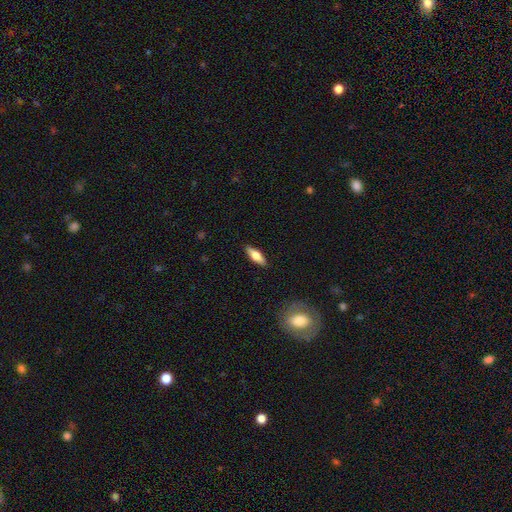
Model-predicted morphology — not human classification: type=smooth (61%); roundness=in between (55%); merging=none (89%).